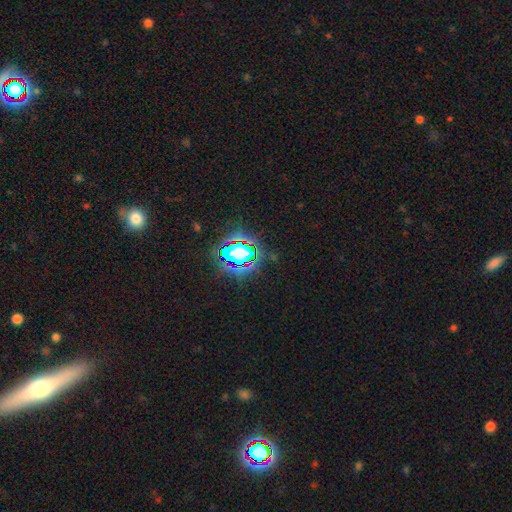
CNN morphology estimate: Q: Smooth or featured?
A: star or artifact (76%); runner-up: smooth (14%)